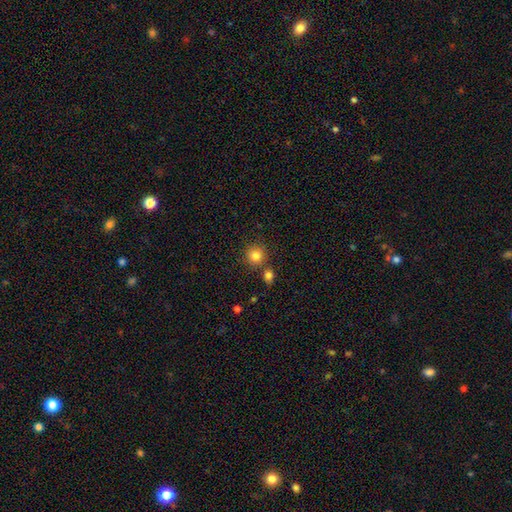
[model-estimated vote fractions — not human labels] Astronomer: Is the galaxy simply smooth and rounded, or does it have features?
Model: smooth — 83%.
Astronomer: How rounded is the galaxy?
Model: round — 91%.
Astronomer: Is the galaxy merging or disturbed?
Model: none — 76%.